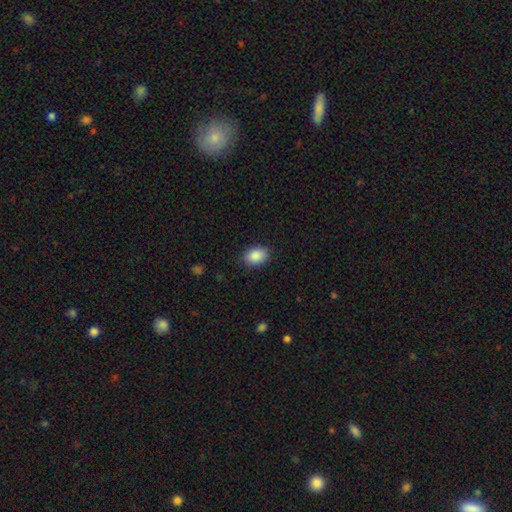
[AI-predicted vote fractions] smooth-or-featured: smooth: 89% | star or artifact: 7% | featured or disk: 3%
  how-rounded: in between: 79% | round: 20% | cigar-shaped: 1%
  merging: none: 86% | minor disturbance: 10% | major disturbance: 3% | merger: 1%